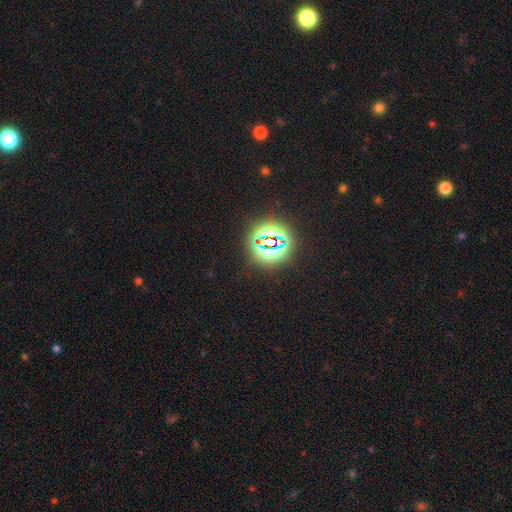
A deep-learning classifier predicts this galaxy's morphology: A star or artifact, not a galaxy (79%).

Vote fractions:
- Smooth or featured? star or artifact: 79% / smooth: 14% / featured or disk: 7%